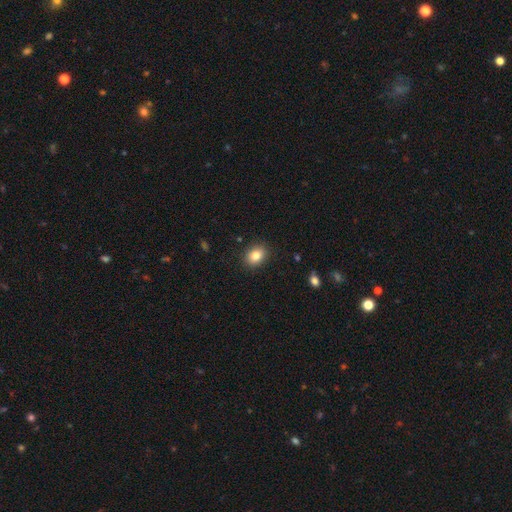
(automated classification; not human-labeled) The model was most divided on "how rounded": in between: 63%, round: 36%, cigar-shaped: 1%. More confident: merging — none (89%); smooth or featured — smooth (83%).